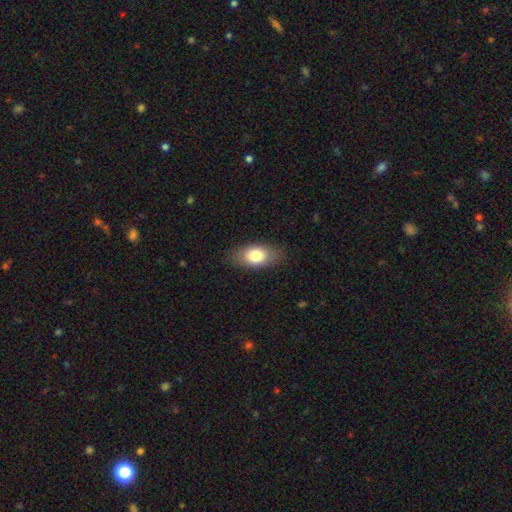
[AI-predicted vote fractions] Overall: smooth (78%). How rounded: in between (89%). Merging: none (83%).